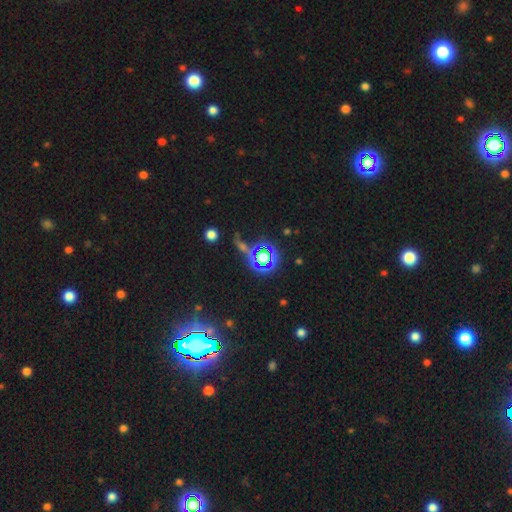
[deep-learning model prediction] Q: Smooth or featured?
A: star or artifact (78%); runner-up: smooth (14%)